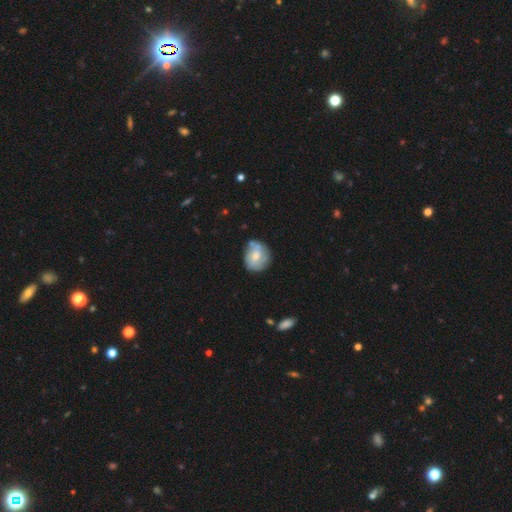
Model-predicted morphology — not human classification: Smooth or featured? smooth (48%)
Merging? none (61%)